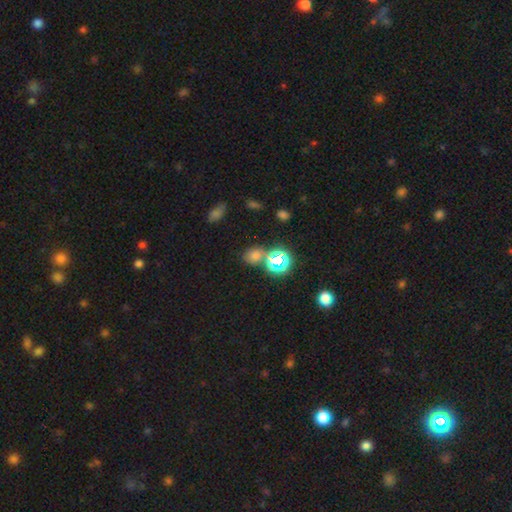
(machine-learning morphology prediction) Smooth or featured: smooth — 53% (star or artifact — 39%)
How rounded: round — 64% (in between — 34%)
Merging: none — 66% (merger — 19%)